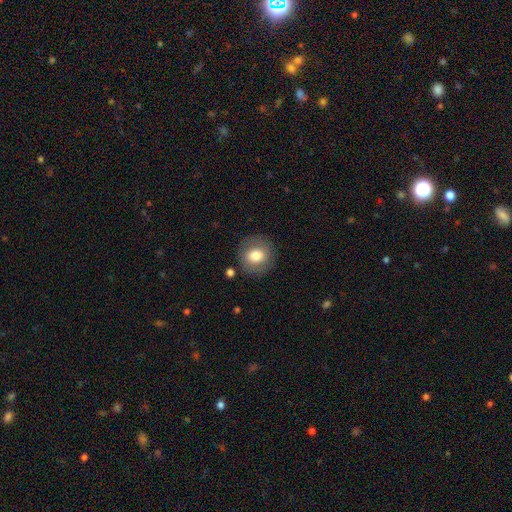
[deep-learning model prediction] Smooth or featured: smooth — 75% (featured or disk — 17%)
How rounded: round — 84% (in between — 15%)
Merging: none — 86% (minor disturbance — 9%)